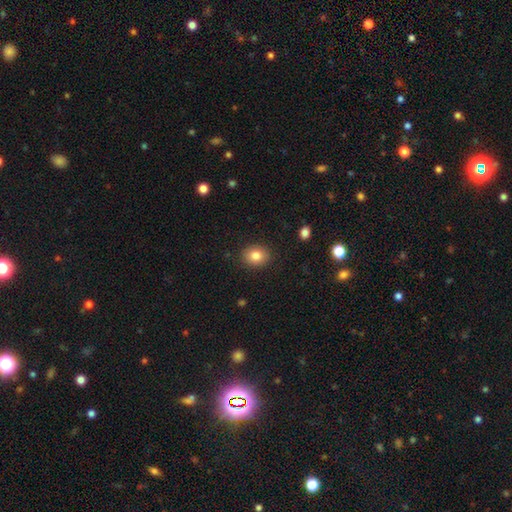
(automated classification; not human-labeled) smooth_or_featured: smooth (p=0.84) [alt: star or artifact p=0.09]
how_rounded: round (p=0.59) [alt: in between p=0.40]
merging: none (p=0.88) [alt: minor disturbance p=0.08]